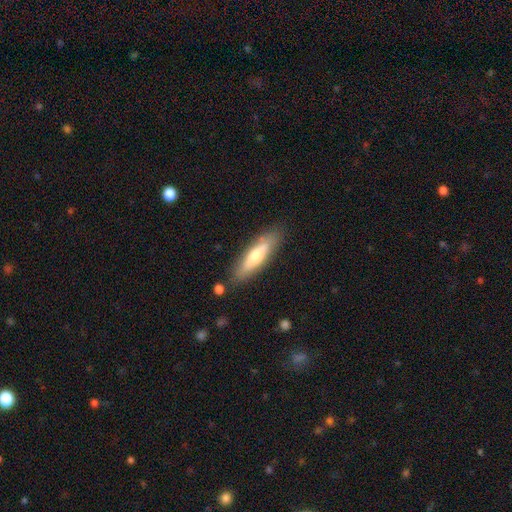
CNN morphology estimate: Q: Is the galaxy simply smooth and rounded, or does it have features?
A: smooth — 56%.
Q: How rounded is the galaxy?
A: cigar-shaped — 63%.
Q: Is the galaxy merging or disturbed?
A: none — 81%.